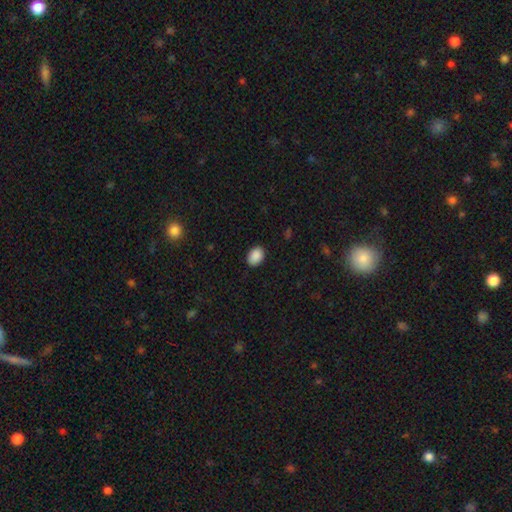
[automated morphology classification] Q: Smooth or featured?
A: smooth (89%); runner-up: star or artifact (8%)
Q: How rounded?
A: in between (76%); runner-up: round (23%)
Q: Merging?
A: none (88%); runner-up: minor disturbance (9%)